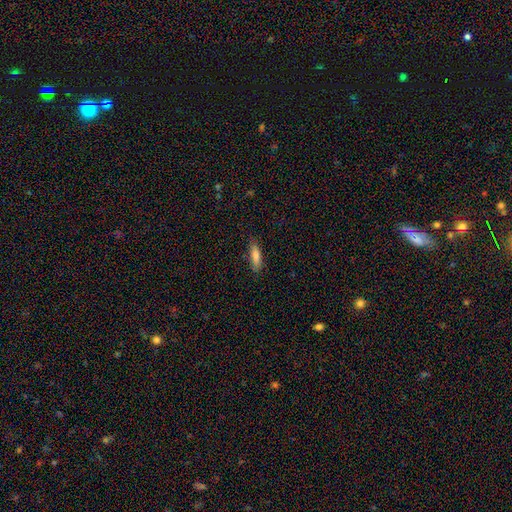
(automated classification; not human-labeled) A smooth galaxy with no disk features (79%) that is cigar-shaped (60%). Merging: none (83%).